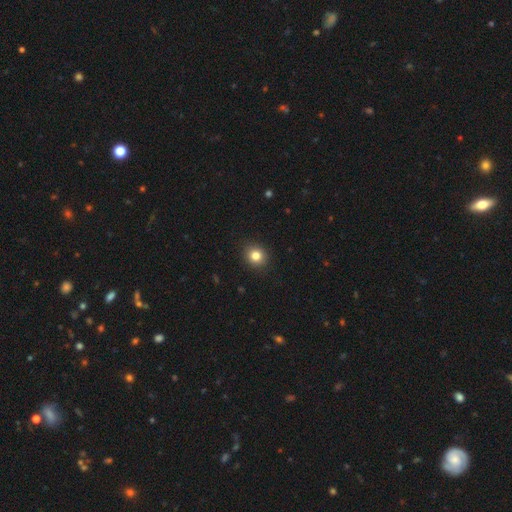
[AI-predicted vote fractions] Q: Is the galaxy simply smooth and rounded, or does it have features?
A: smooth — 82%.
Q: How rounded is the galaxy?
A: round — 81%.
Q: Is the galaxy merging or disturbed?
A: none — 91%.